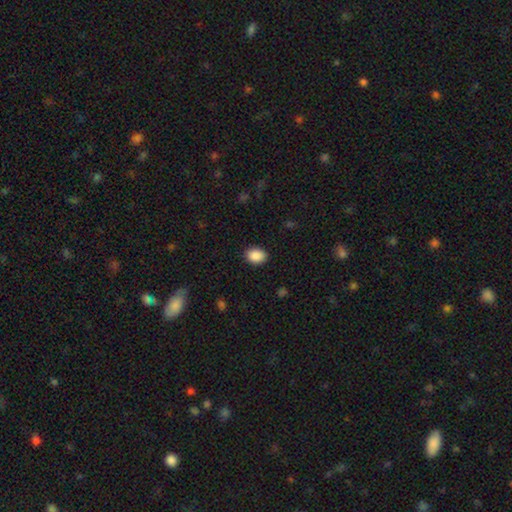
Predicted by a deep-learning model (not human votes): Smooth or featured? smooth (89%)
How rounded? in between (67%)
Merging? none (89%)